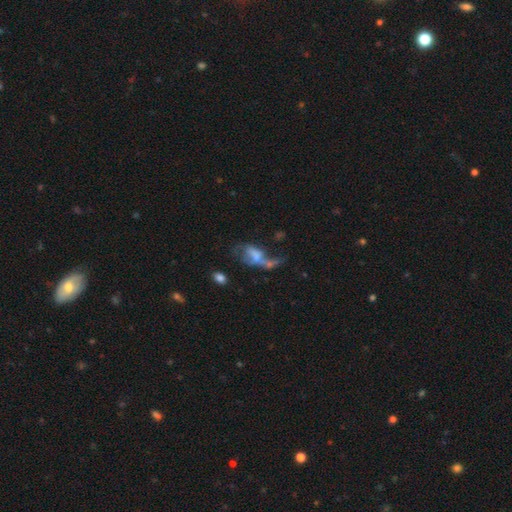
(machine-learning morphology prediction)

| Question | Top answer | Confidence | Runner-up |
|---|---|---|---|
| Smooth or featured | featured or disk | 46% | smooth (41%) |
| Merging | major disturbance | 44% | merger (26%) |